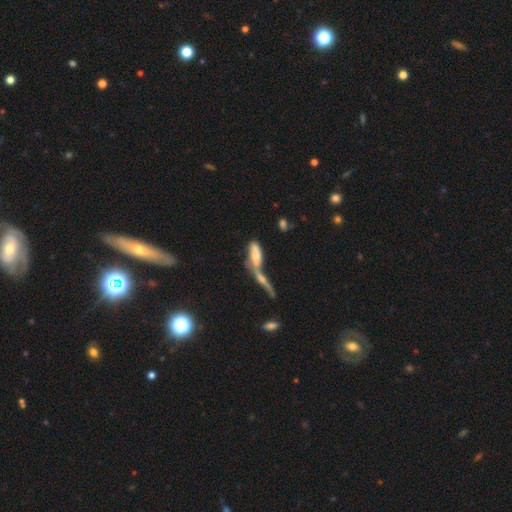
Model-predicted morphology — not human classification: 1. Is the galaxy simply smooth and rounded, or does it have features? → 54% smooth, 36% featured or disk, 10% star or artifact.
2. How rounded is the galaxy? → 60% in between, 37% cigar-shaped, 3% round.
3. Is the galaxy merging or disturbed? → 73% merger, 13% none, 7% major disturbance, 7% minor disturbance.